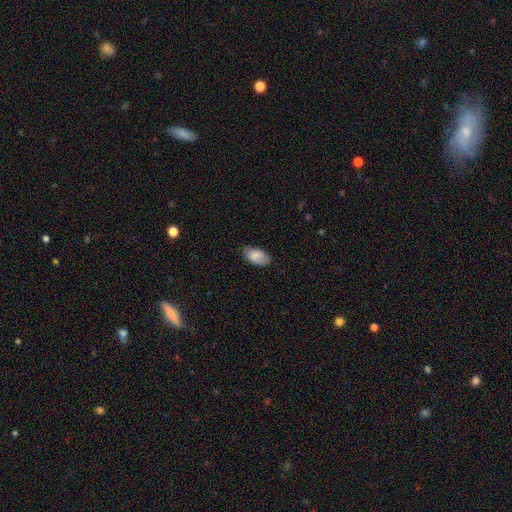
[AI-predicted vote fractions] This appears to be a smooth galaxy with no disk features (84%) that is in between round and cigar-shaped (94%). Merging: none (74%).